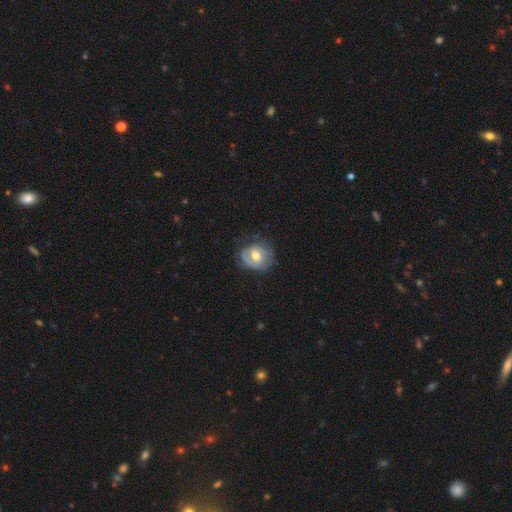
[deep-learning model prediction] smooth_or_featured: smooth (p=0.50) [alt: featured or disk p=0.43]
merging: none (p=0.61) [alt: minor disturbance p=0.27]